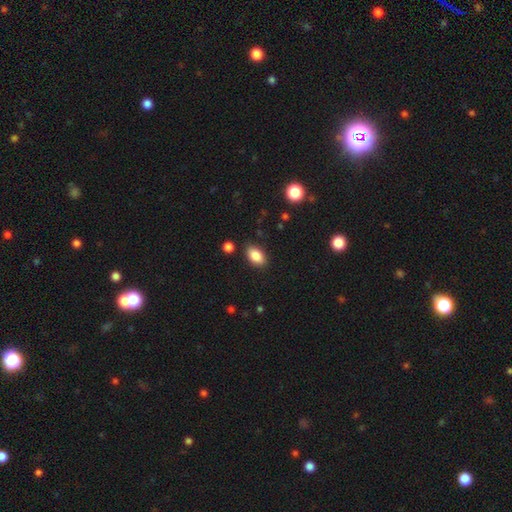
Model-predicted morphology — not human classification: smooth 86%, star or artifact 8%, featured or disk 6%. Down the decision tree: how rounded — in between (91%); merging — none (86%).